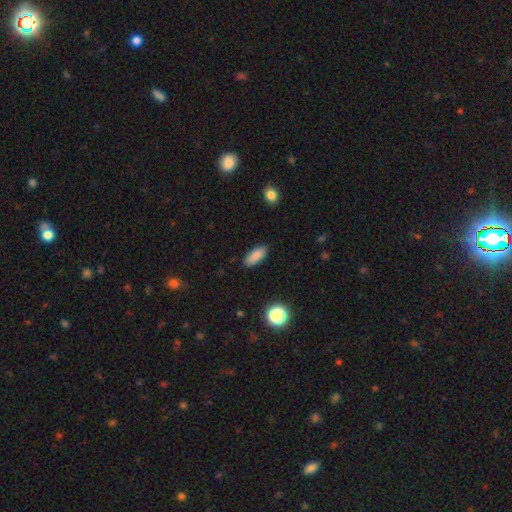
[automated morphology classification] type=smooth (87%); roundness=in between (74%); merging=none (88%).